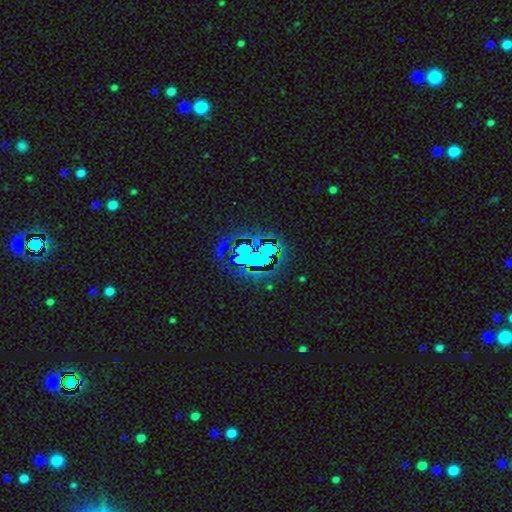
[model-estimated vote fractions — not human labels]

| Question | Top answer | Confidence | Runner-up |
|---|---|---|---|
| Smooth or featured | star or artifact | 67% | featured or disk (17%) |